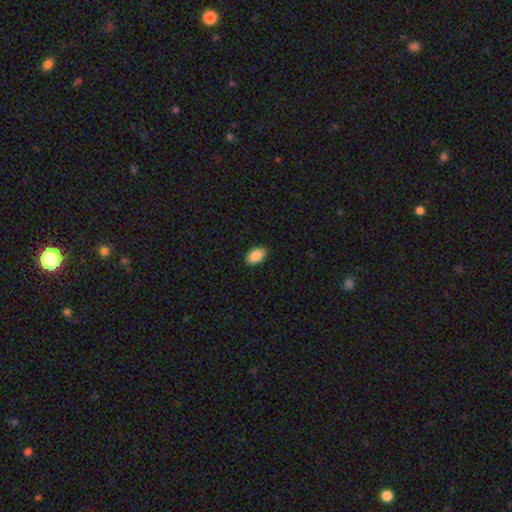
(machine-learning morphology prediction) This is clearly a smooth galaxy (87%). How rounded: clearly in between (92%). Merging: clearly none (89%).